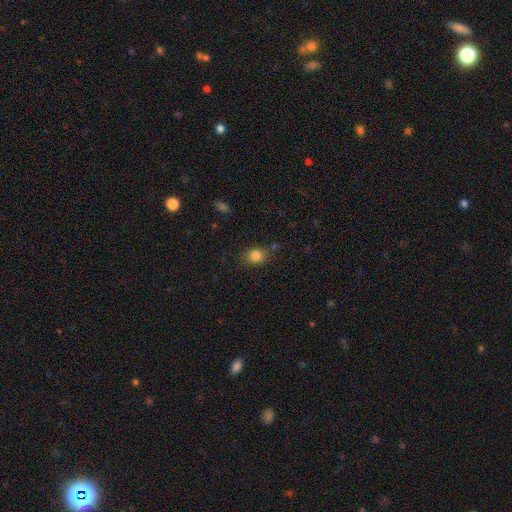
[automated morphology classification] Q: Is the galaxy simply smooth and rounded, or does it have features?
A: smooth — 83%.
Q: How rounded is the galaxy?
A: round — 61%.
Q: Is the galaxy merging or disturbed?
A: none — 77%.